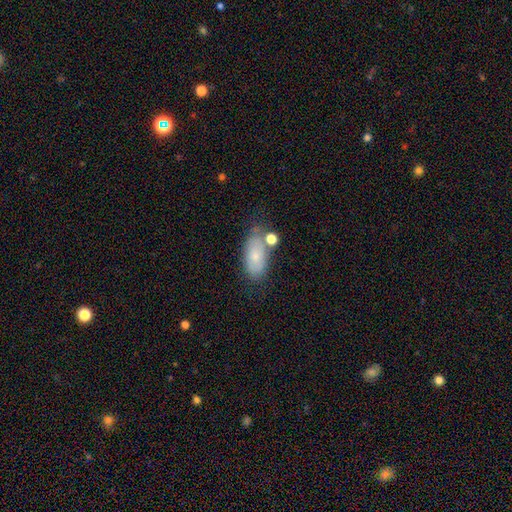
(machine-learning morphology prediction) type=smooth (73%); roundness=in between (90%); merging=none (60%).